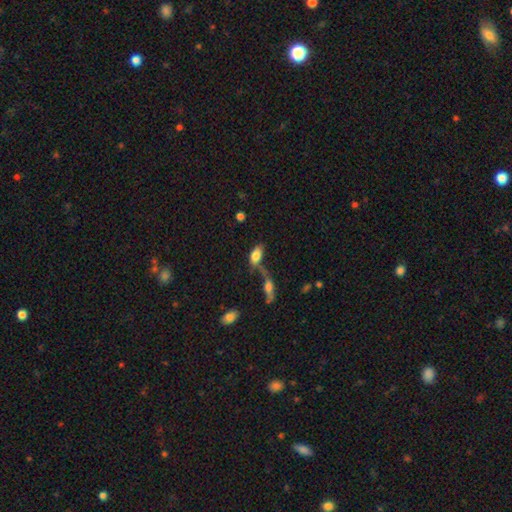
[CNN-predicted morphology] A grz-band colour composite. It shows a smooth galaxy with no disk features (78%) that is in between round and cigar-shaped (89%). Merging: merger (39%).